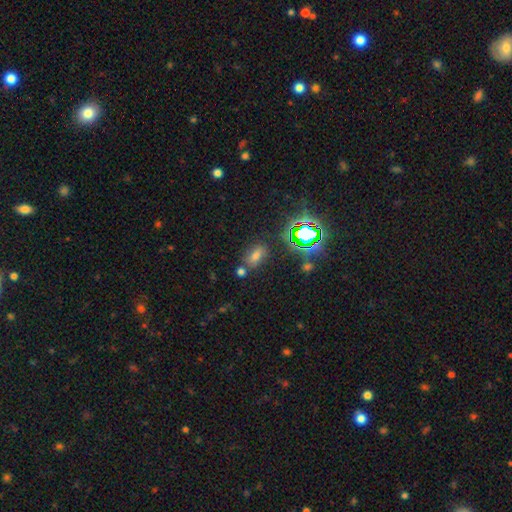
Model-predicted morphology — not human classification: smooth 53%, star or artifact 36%, featured or disk 11%. Down the decision tree: how rounded — in between (81%); merging — none (73%).